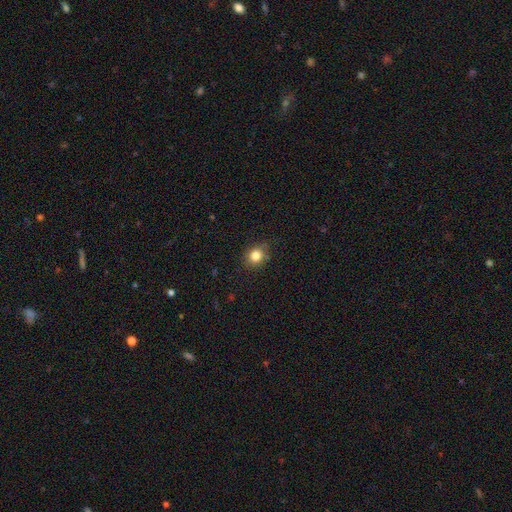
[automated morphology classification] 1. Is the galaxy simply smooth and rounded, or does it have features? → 83% smooth, 11% star or artifact, 6% featured or disk.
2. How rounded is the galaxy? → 72% round, 27% in between, 1% cigar-shaped.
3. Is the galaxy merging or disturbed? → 83% none, 13% minor disturbance, 3% major disturbance, 1% merger.